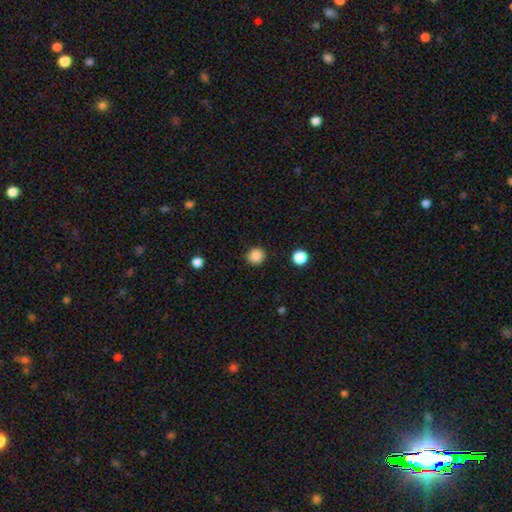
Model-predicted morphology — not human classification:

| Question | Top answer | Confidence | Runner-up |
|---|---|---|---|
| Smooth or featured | smooth | 87% | star or artifact (11%) |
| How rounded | round | 90% | in between (9%) |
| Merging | none | 89% | minor disturbance (7%) |